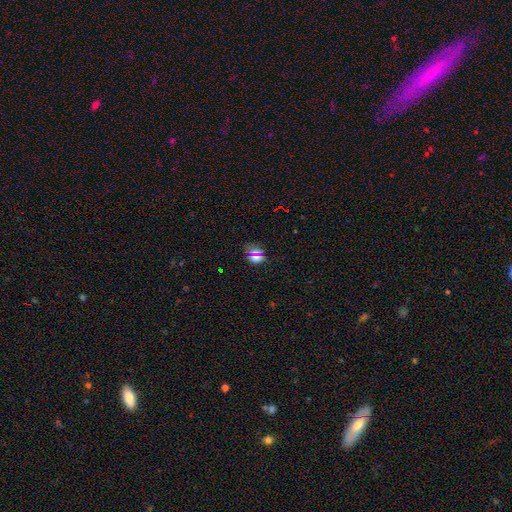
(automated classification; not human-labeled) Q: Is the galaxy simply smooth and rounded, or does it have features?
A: smooth — 55%.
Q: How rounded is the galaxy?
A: round — 60%.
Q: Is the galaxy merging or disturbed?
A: none — 79%.